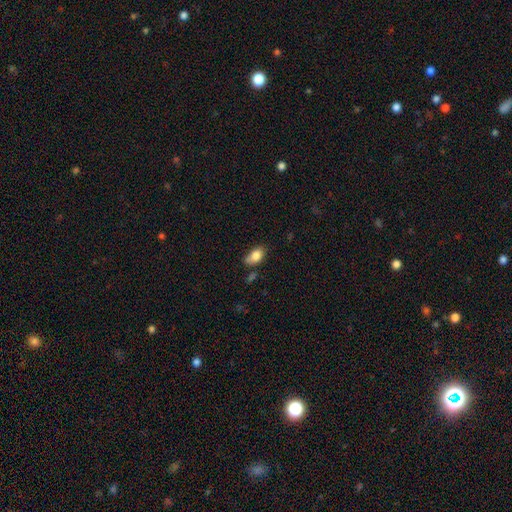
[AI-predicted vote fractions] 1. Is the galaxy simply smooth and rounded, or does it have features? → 82% smooth, 10% featured or disk, 8% star or artifact.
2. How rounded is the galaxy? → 88% in between, 9% round, 3% cigar-shaped.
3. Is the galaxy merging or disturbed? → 53% none, 30% minor disturbance, 10% merger, 7% major disturbance.